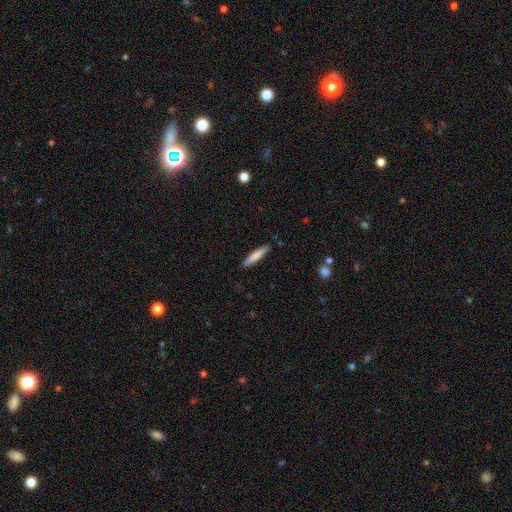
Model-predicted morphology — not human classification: Smooth or featured? Predicted: smooth (p=0.76). How rounded? Predicted: cigar-shaped (p=0.89). Merging? Predicted: none (p=0.89).